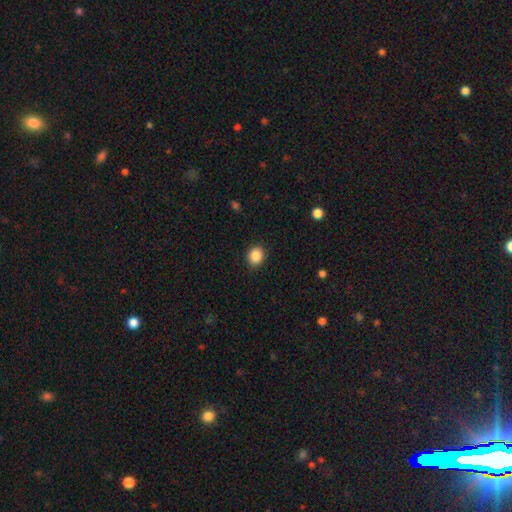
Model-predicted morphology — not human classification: Smooth or featured?
  - smooth: 87% *
  - star or artifact: 9%
  - featured or disk: 4%
How rounded?
  - round: 71% *
  - in between: 28%
  - cigar-shaped: 1%
Merging?
  - none: 89% *
  - minor disturbance: 8%
  - major disturbance: 2%
  - merger: 1%